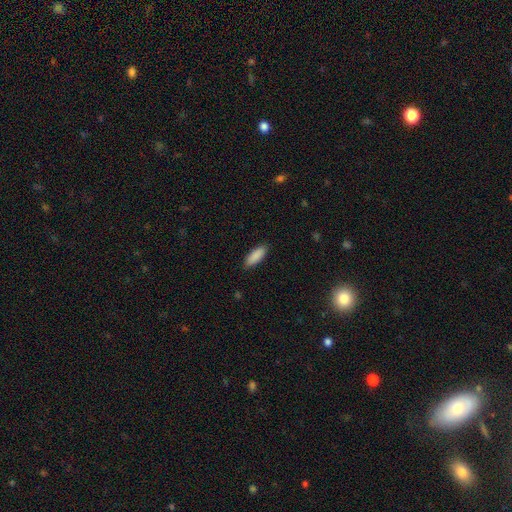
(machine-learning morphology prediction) Smooth or featured? smooth (90%)
How rounded? in between (69%)
Merging? none (88%)